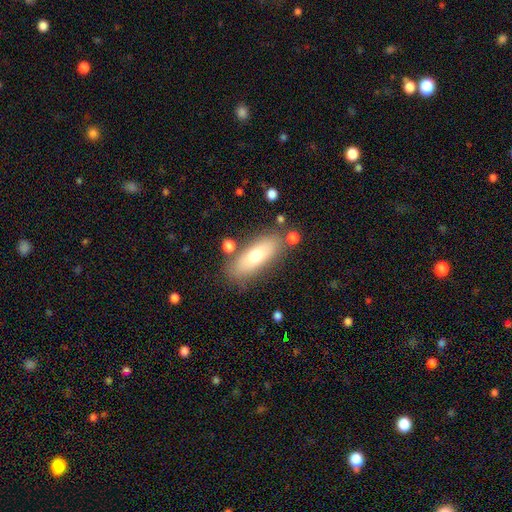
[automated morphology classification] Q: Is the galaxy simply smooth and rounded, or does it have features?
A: smooth — 69%.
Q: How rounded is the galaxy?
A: in between — 67%.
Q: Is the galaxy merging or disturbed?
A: none — 78%.